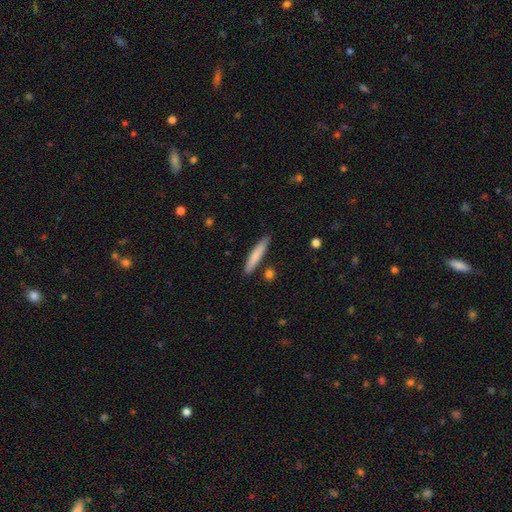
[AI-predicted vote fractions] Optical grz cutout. It shows a smooth galaxy with no disk features (78%) that is cigar-shaped (91%). Merging: none (86%).